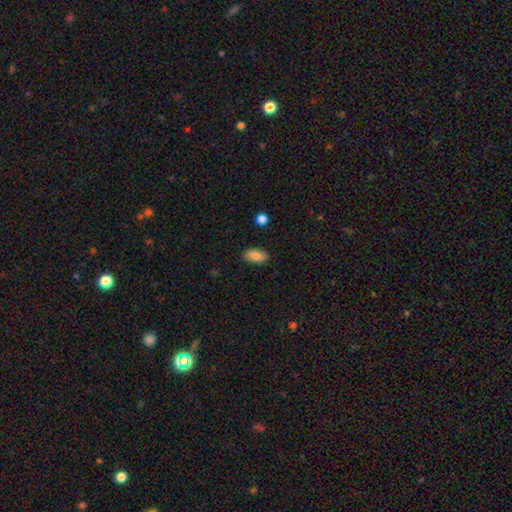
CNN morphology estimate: Smooth or featured?
  - smooth: 84% *
  - featured or disk: 9%
  - star or artifact: 7%
How rounded?
  - in between: 91% *
  - cigar-shaped: 5%
  - round: 4%
Merging?
  - none: 88% *
  - minor disturbance: 9%
  - major disturbance: 2%
  - merger: 1%